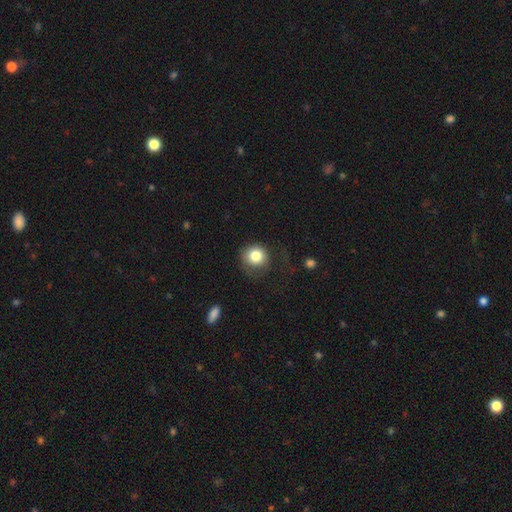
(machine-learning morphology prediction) The model was most divided on "merging": none: 56%, minor disturbance: 22%, major disturbance: 20%, merger: 2%. More confident: how rounded — round (88%); smooth or featured — smooth (81%).